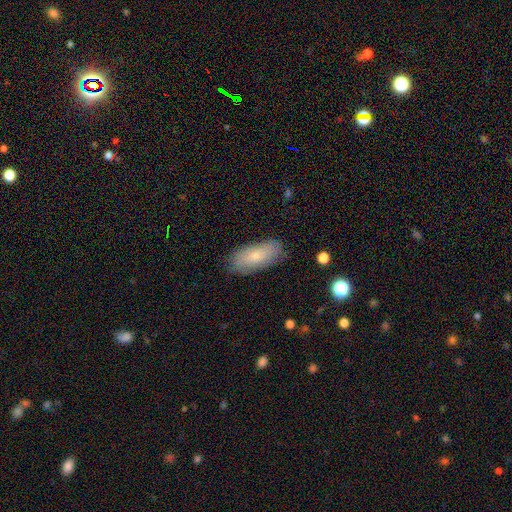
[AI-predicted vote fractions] This appears to be a smooth galaxy with no disk features (71%) that is in between round and cigar-shaped (81%). Merging: none (79%).